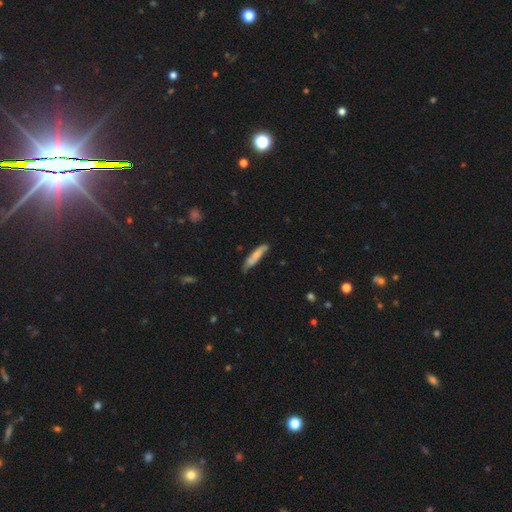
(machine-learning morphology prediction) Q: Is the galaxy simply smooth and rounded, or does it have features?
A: smooth — 73%.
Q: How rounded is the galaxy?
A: cigar-shaped — 85%.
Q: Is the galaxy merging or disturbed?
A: none — 67%.